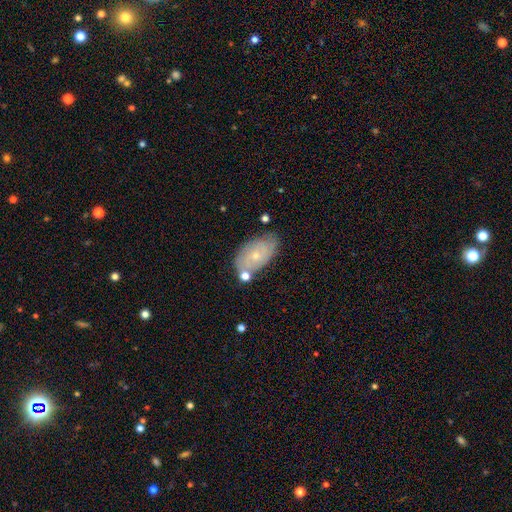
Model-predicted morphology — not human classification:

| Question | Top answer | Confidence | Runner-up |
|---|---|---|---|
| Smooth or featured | featured or disk | 55% | smooth (38%) |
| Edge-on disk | no | 94% | yes (6%) |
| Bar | no | 82% | weak (16%) |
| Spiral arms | yes | 73% | no (27%) |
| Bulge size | small | 70% | moderate (26%) |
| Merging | none | 63% | minor disturbance (22%) |